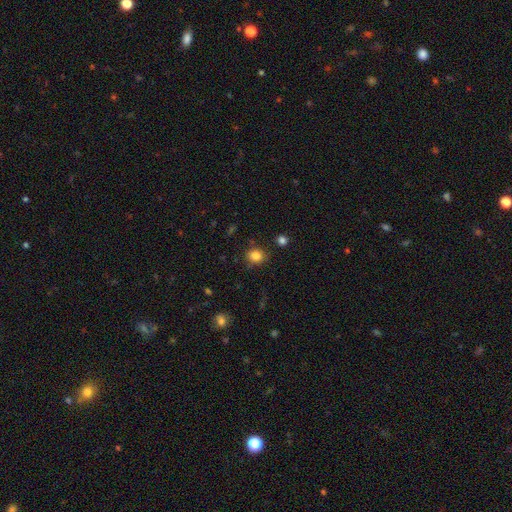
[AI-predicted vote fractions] A smooth galaxy with no disk features (84%) that is round (77%).

Vote fractions:
- Smooth or featured? smooth: 84% / star or artifact: 11% / featured or disk: 5%
- How rounded? round: 77% / in between: 22% / cigar-shaped: 1%
- Merging? none: 84% / minor disturbance: 10% / major disturbance: 3% / merger: 3%